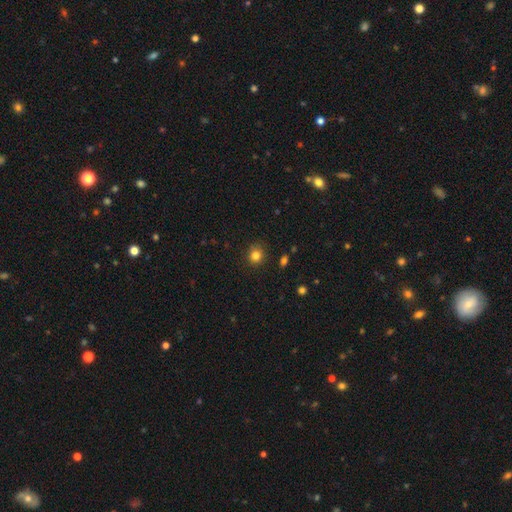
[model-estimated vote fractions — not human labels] This appears to be a smooth galaxy with no disk features (82%) that is round (84%). Merging: none (83%).